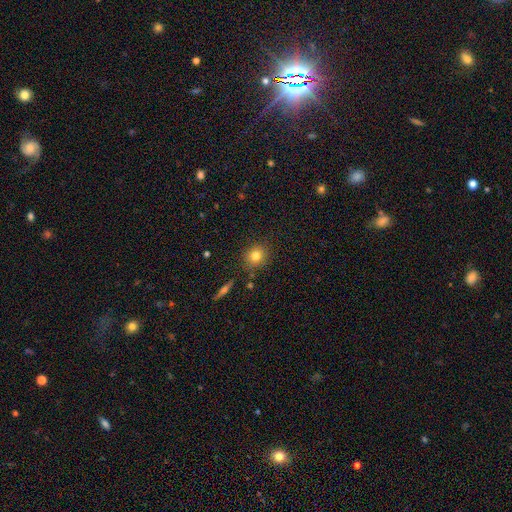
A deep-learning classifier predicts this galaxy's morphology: A smooth galaxy with no disk features (80%) that is round (78%). Merging: none (84%).